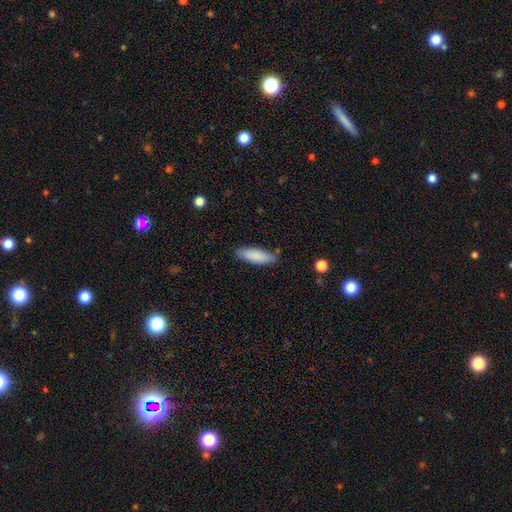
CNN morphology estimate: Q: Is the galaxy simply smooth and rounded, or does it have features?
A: smooth — 86%.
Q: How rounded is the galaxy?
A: in between — 52%.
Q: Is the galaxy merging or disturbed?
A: none — 81%.